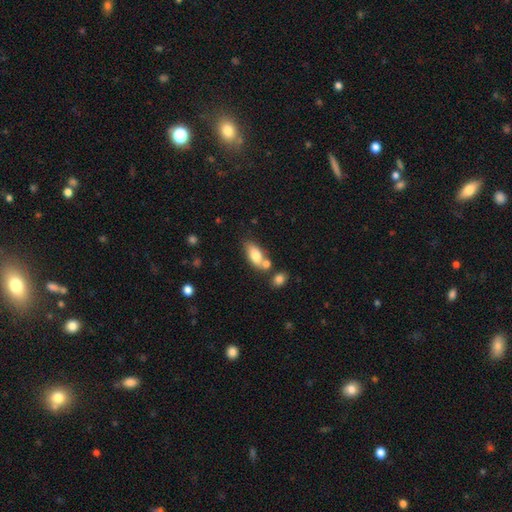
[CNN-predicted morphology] Overall: smooth (77%). How rounded: in between (84%). Merging: none (54%; merger 26%).